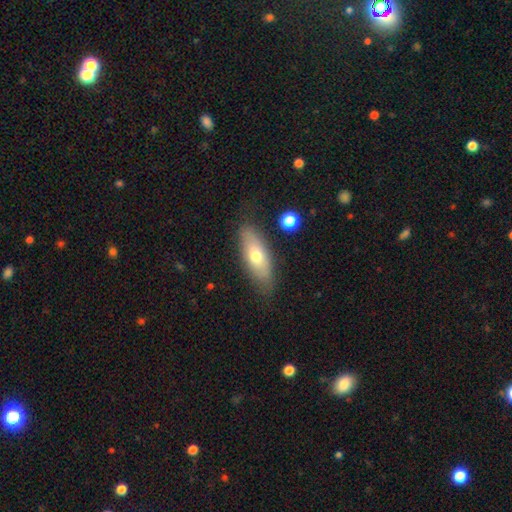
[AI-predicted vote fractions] This is likely a smooth galaxy (63%). How rounded: likely in between (69%). Merging: likely none (79%).